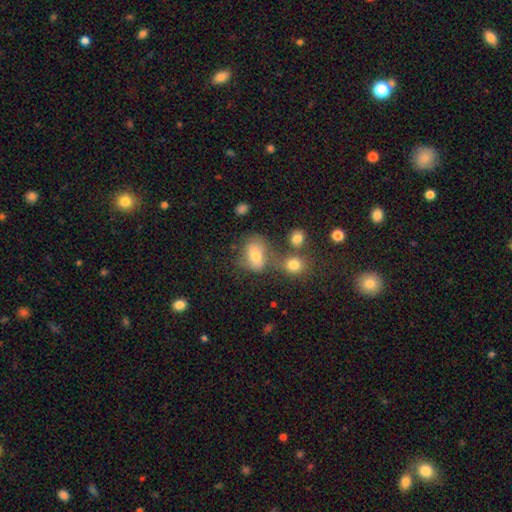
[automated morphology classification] Overall: smooth (70%). How rounded: in between (70%). Merging: none (43%; merger 24%).